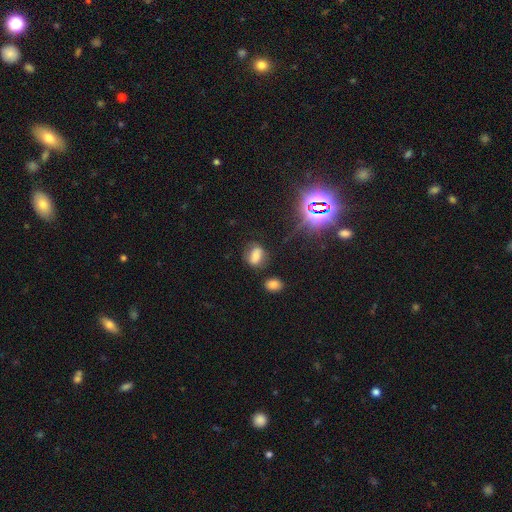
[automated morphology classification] This appears to be a smooth galaxy with no disk features (62%) that is in between round and cigar-shaped (66%). Merging: none (68%).